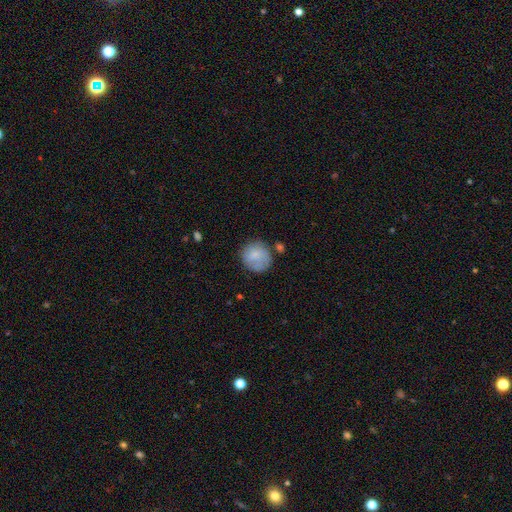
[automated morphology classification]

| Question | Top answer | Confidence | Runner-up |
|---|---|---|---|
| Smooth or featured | smooth | 77% | featured or disk (16%) |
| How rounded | round | 87% | in between (12%) |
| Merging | none | 65% | minor disturbance (22%) |